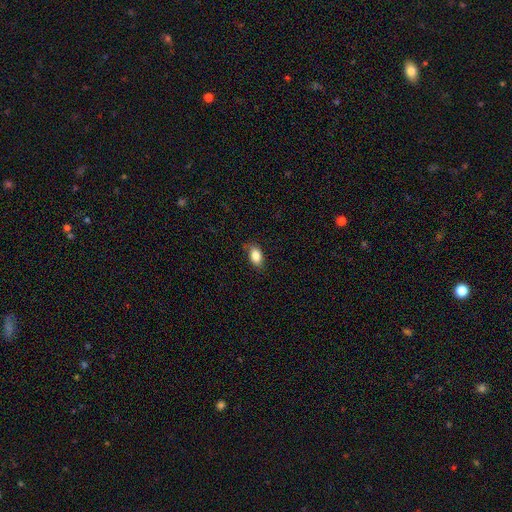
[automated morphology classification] This is clearly a smooth galaxy (86%). How rounded: clearly in between (89%). Merging: likely none (79%).